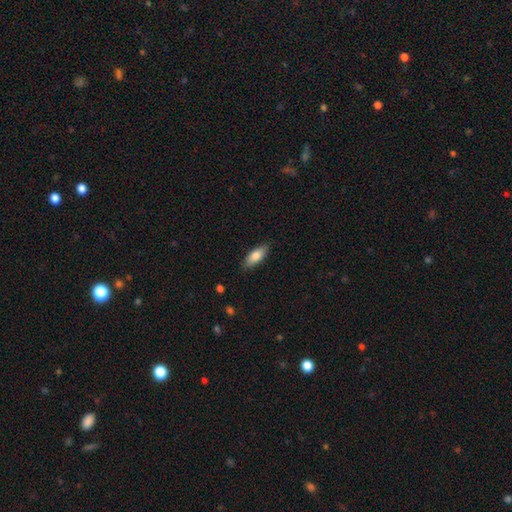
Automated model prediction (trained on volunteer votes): Smooth or featured: smooth — 80% (featured or disk — 14%)
How rounded: in between — 74% (cigar-shaped — 24%)
Merging: none — 85% (minor disturbance — 12%)